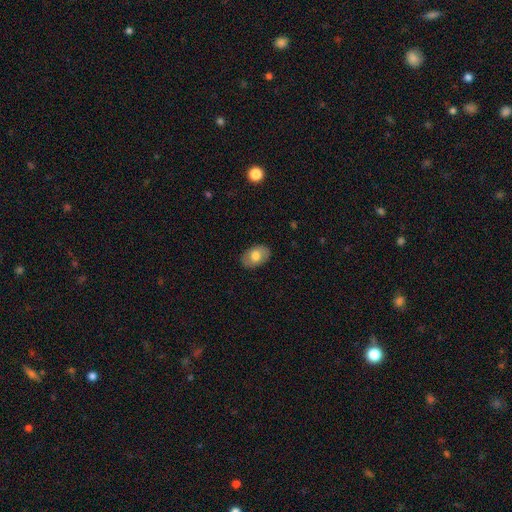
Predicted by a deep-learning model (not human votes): The model was most divided on "smooth or featured": smooth: 73%, featured or disk: 20%, star or artifact: 7%. More confident: merging — none (87%); how rounded — in between (85%).